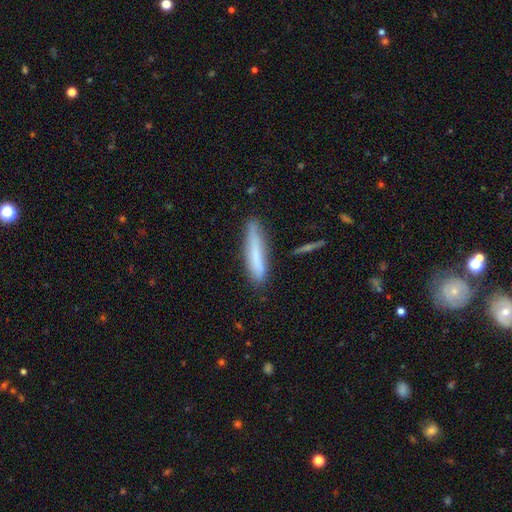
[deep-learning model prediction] Smooth or featured? Predicted: smooth (p=0.72). How rounded? Predicted: cigar-shaped (p=0.90). Merging? Predicted: none (p=0.80).